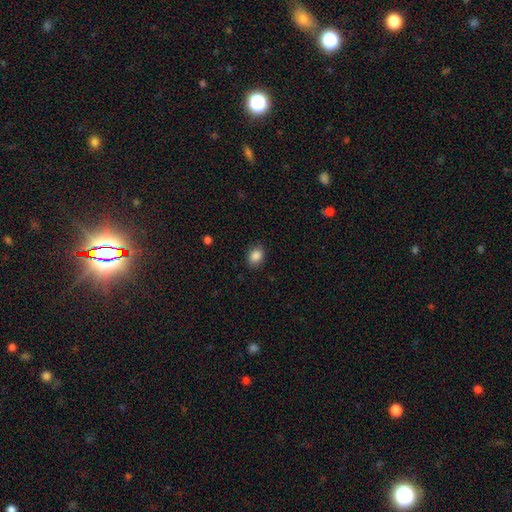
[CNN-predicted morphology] smooth_or_featured: smooth (p=0.88) [alt: star or artifact p=0.09]
how_rounded: in between (p=0.67) [alt: round p=0.32]
merging: none (p=0.85) [alt: minor disturbance p=0.11]